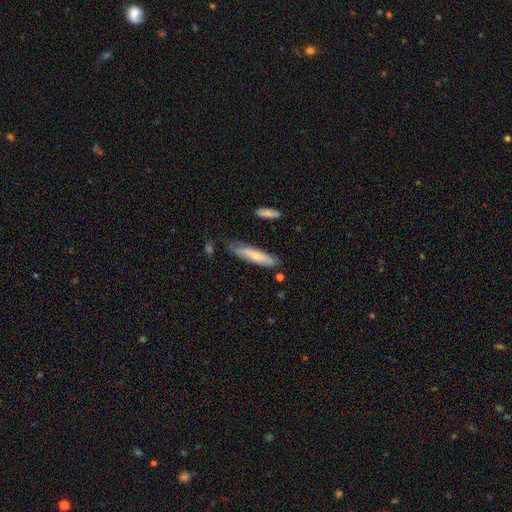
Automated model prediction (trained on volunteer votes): smooth_or_featured: smooth (p=0.61) [alt: featured or disk p=0.33]
how_rounded: cigar-shaped (p=0.80) [alt: in between p=0.19]
merging: none (p=0.71) [alt: minor disturbance p=0.21]